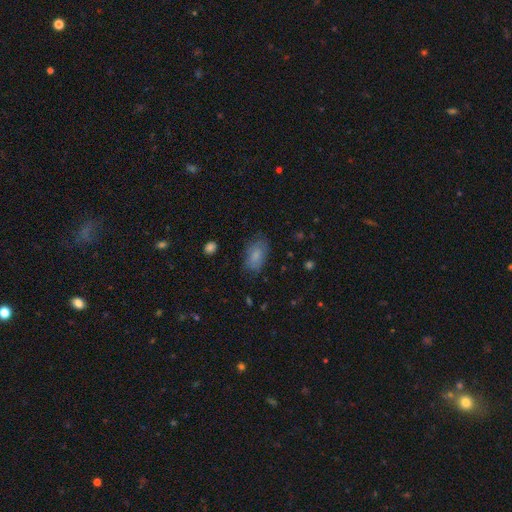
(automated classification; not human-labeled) smooth-or-featured: smooth: 80% | featured or disk: 12% | star or artifact: 8%
  how-rounded: in between: 91% | round: 6% | cigar-shaped: 3%
  merging: none: 71% | minor disturbance: 21% | major disturbance: 6% | merger: 2%